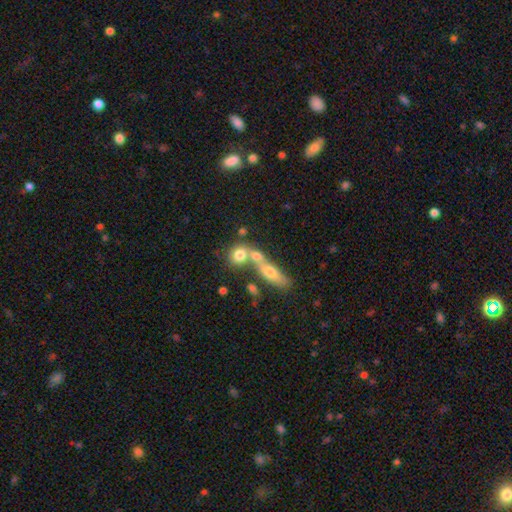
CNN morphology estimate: Q: Smooth or featured?
A: smooth (70%); runner-up: featured or disk (20%)
Q: How rounded?
A: round (44%); runner-up: in between (40%)
Q: Merging?
A: merger (54%); runner-up: none (32%)